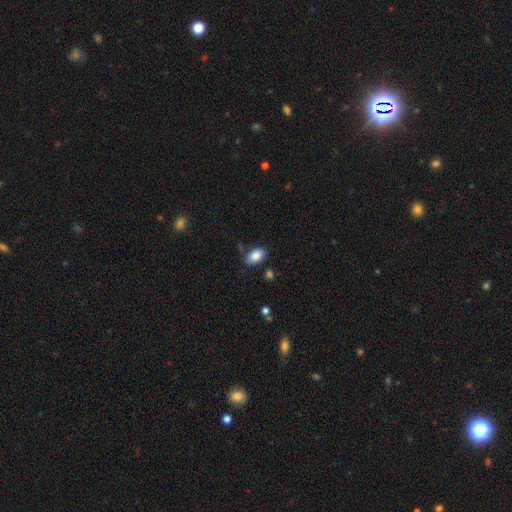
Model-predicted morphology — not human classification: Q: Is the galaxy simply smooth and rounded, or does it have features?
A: smooth — 84%.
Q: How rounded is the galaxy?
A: in between — 92%.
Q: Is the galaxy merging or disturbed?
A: none — 79%.